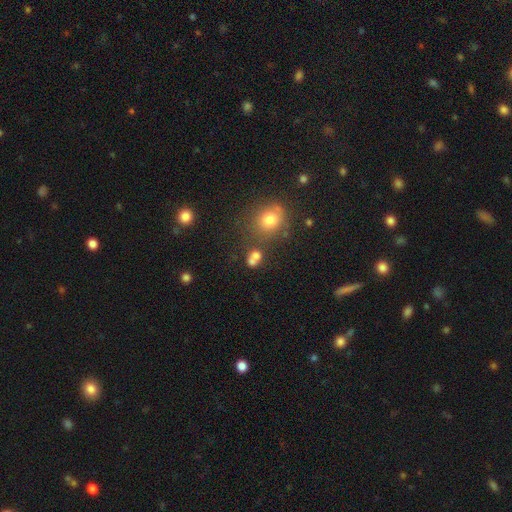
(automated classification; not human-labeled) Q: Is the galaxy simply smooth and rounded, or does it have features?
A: smooth — 71%.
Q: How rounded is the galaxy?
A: round — 69%.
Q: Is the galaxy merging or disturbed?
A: none — 44%.